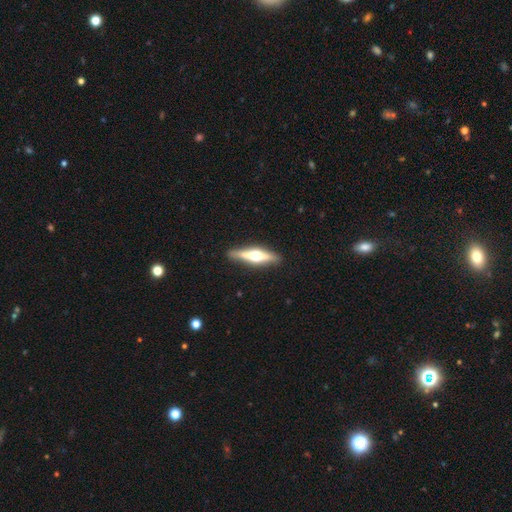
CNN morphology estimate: Q: Smooth or featured?
A: featured or disk (67%); runner-up: smooth (27%)
Q: Edge-on disk?
A: yes (96%); runner-up: no (4%)
Q: Edge-on bulge?
A: rounded (95%); runner-up: boxy (3%)
Q: Merging?
A: none (90%); runner-up: minor disturbance (7%)